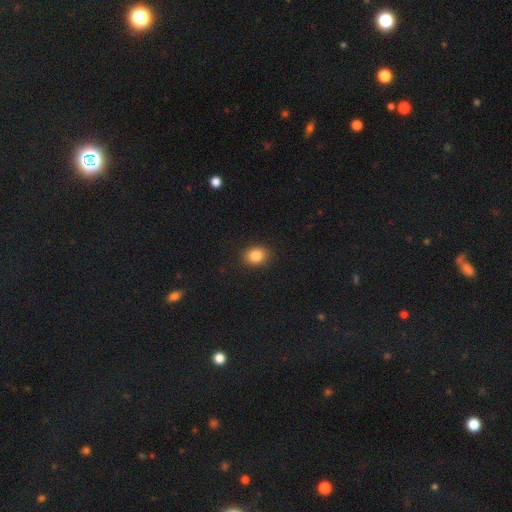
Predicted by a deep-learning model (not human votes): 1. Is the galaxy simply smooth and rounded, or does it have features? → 85% smooth, 10% star or artifact, 5% featured or disk.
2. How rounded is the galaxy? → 53% in between, 46% round, 1% cigar-shaped.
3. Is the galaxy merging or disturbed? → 89% none, 8% minor disturbance, 2% major disturbance, 1% merger.